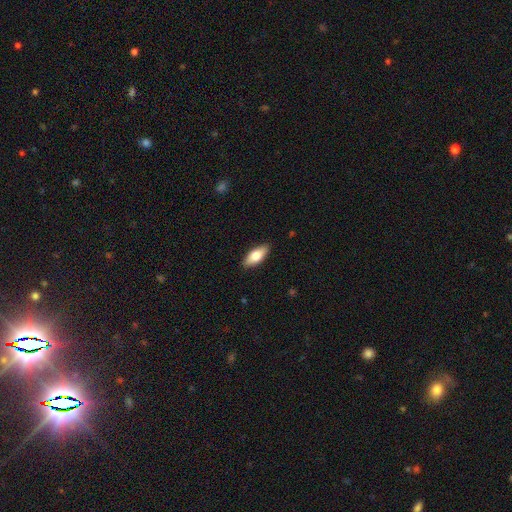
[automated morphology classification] smooth 74%, featured or disk 20%, star or artifact 6%. Down the decision tree: how rounded — in between (80%); merging — none (88%).